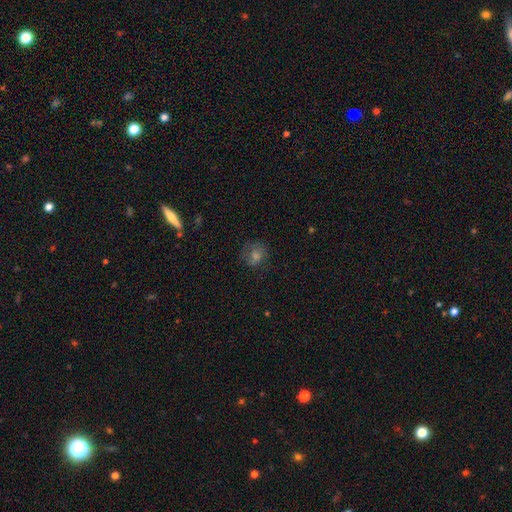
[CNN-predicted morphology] smooth_or_featured: smooth (p=0.53) [alt: featured or disk p=0.27]
how_rounded: round (p=0.79) [alt: in between p=0.20]
merging: none (p=0.73) [alt: minor disturbance p=0.18]